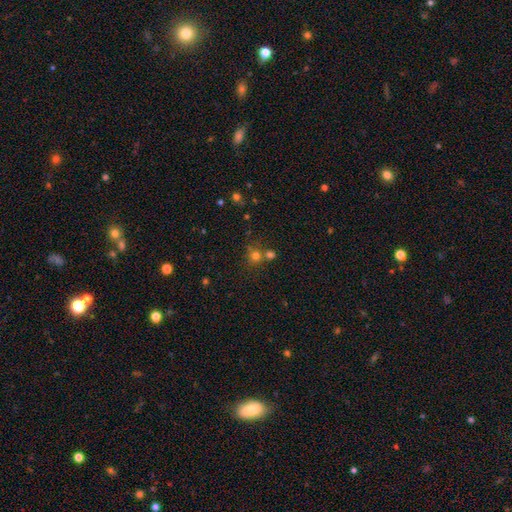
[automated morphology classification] This appears to be a smooth galaxy with no disk features (70%) that is round (88%). Merging: none (59%).